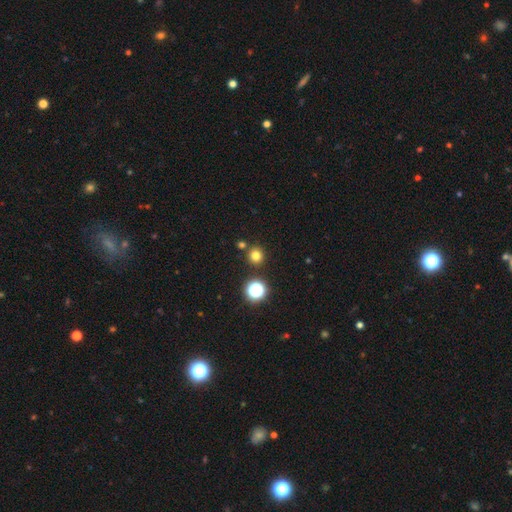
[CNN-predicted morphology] Overall: smooth (76%). How rounded: round (93%). Merging: none (84%).